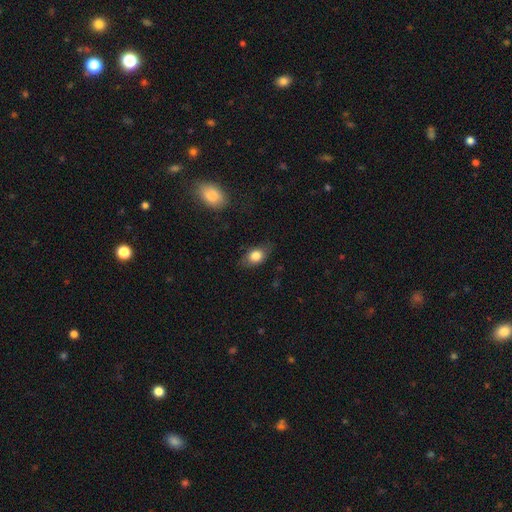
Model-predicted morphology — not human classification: Smooth or featured: smooth — 79% (featured or disk — 13%)
How rounded: in between — 78% (round — 19%)
Merging: none — 76% (minor disturbance — 18%)